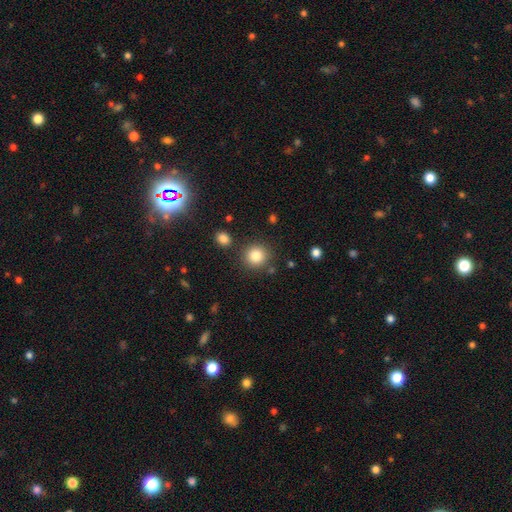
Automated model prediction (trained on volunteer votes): A smooth galaxy with no disk features (83%) that is round (91%).

Vote fractions:
- Smooth or featured? smooth: 83% / star or artifact: 10% / featured or disk: 6%
- How rounded? round: 91% / in between: 8% / cigar-shaped: 1%
- Merging? none: 84% / minor disturbance: 8% / merger: 5% / major disturbance: 3%